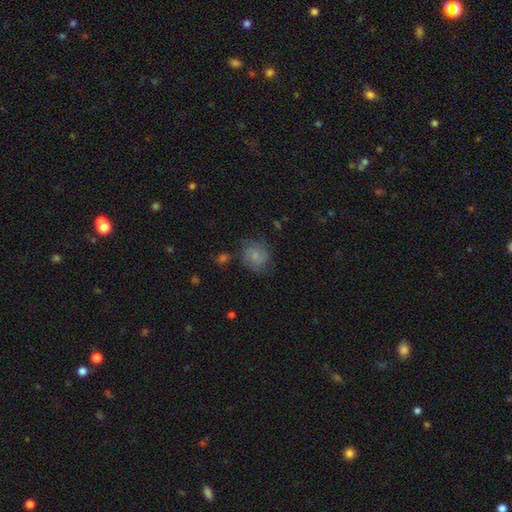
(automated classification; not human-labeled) Morphology: type=smooth (51%); roundness=round (75%); merging=none (68%).